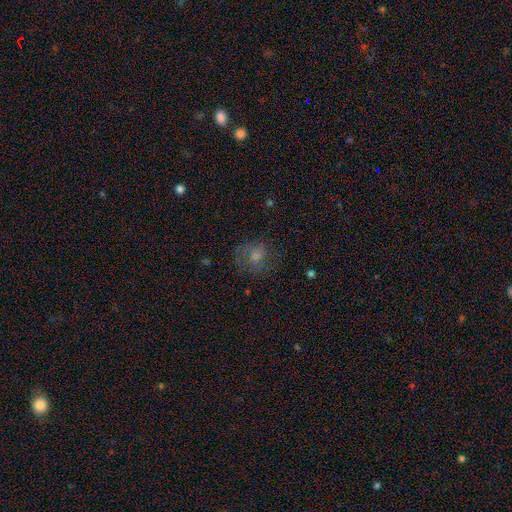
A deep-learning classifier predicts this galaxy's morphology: smooth_or_featured: smooth (p=0.51) [alt: featured or disk p=0.31]
how_rounded: round (p=0.75) [alt: in between p=0.24]
merging: none (p=0.64) [alt: minor disturbance p=0.19]